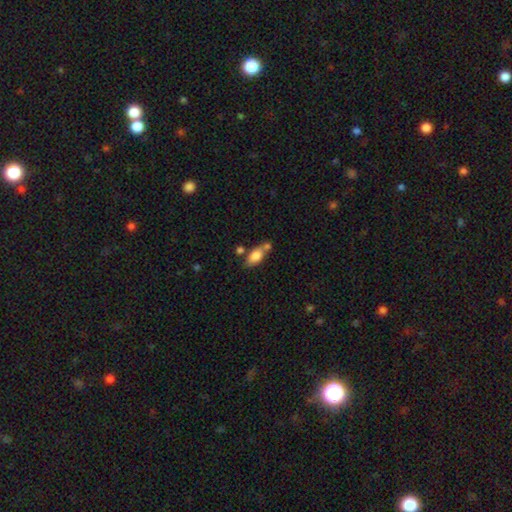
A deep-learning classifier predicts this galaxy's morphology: smooth_or_featured: smooth (p=0.77) [alt: featured or disk p=0.15]
how_rounded: in between (p=0.84) [alt: cigar-shaped p=0.11]
merging: none (p=0.50) [alt: merger p=0.27]